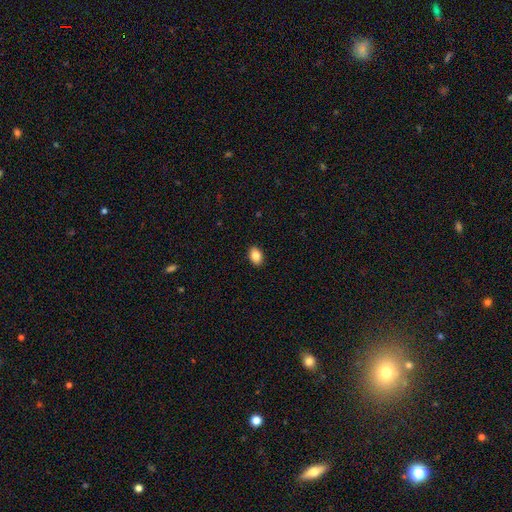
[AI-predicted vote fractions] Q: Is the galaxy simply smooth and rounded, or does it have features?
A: smooth — 86%.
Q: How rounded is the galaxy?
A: in between — 81%.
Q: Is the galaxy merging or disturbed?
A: none — 91%.